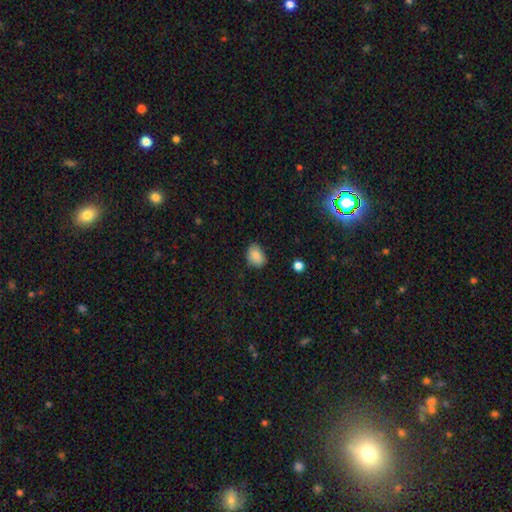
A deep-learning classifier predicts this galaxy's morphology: Smooth or featured: smooth — 85% (star or artifact — 8%)
How rounded: in between — 70% (round — 29%)
Merging: none — 69% (minor disturbance — 25%)